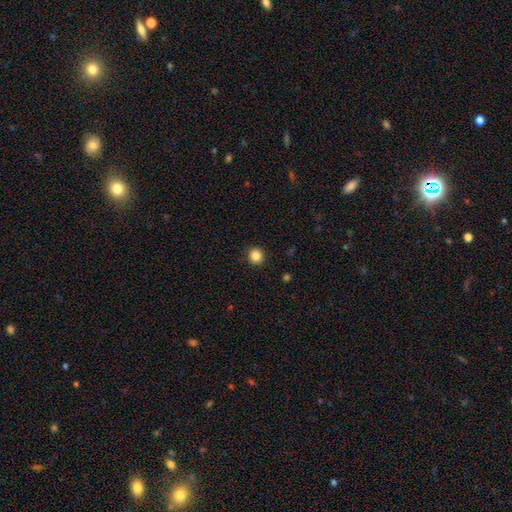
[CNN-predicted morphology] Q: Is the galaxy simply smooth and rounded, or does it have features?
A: smooth — 85%.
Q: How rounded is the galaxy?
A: round — 92%.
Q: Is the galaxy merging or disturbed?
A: none — 92%.